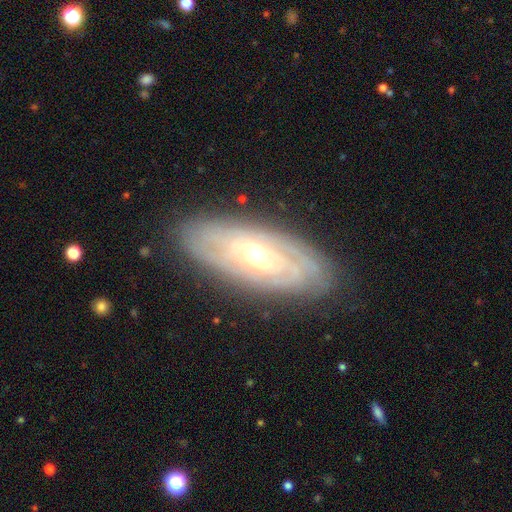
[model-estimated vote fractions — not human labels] Smooth or featured? featured or disk (80%)
Edge-on disk? no (85%)
Bar? no (50%)
Spiral arms? yes (85%)
Spiral winding? tight (76%)
Spiral arm count? can't tell (54%)
Bulge size? moderate (71%)
Merging? none (82%)